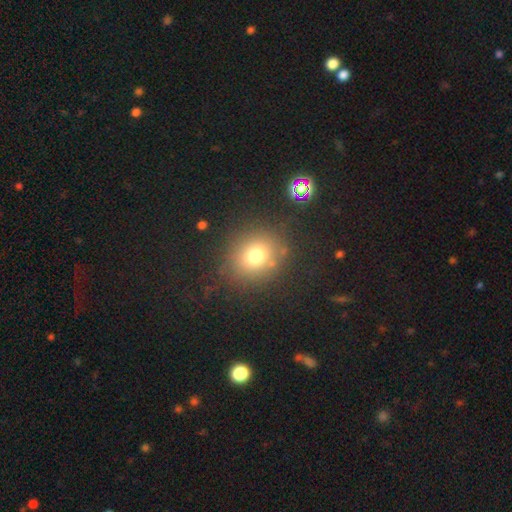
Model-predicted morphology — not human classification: The model was most divided on "how rounded": round: 77%, in between: 22%, cigar-shaped: 1%. More confident: merging — none (81%); smooth or featured — smooth (72%).